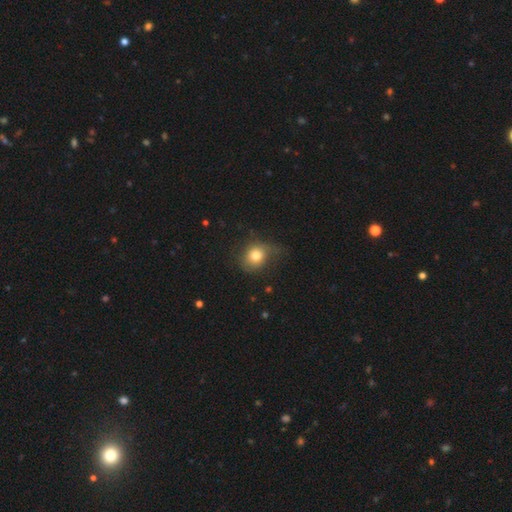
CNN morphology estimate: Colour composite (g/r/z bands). It shows a smooth galaxy with no disk features (75%) that is round (67%). Merging: none (50%).